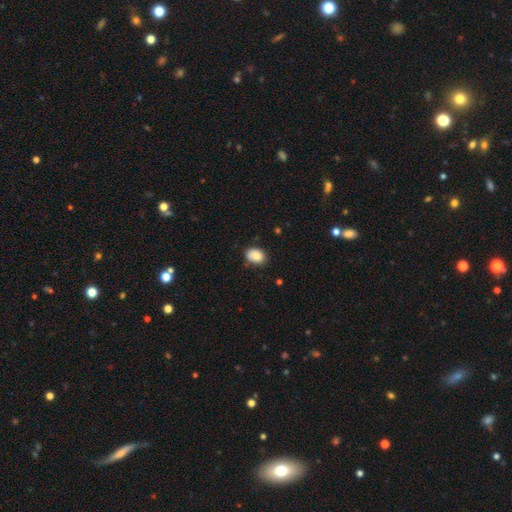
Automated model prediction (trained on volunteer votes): smooth-or-featured: smooth: 86% | star or artifact: 8% | featured or disk: 6%
  how-rounded: in between: 74% | round: 25% | cigar-shaped: 1%
  merging: none: 76% | minor disturbance: 19% | major disturbance: 3% | merger: 2%